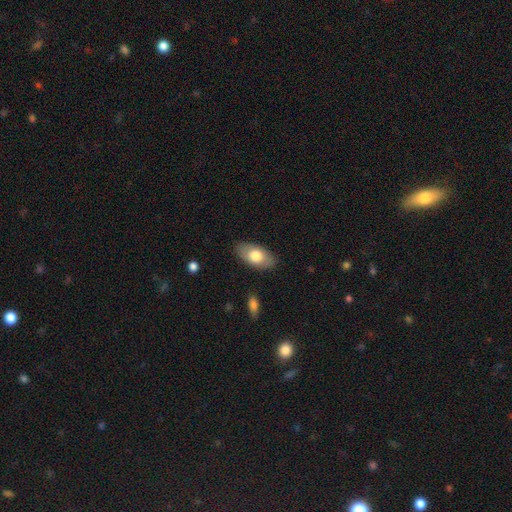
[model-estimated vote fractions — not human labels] A smooth galaxy with no disk features (72%) that is in between round and cigar-shaped (93%). Merging: none (85%).